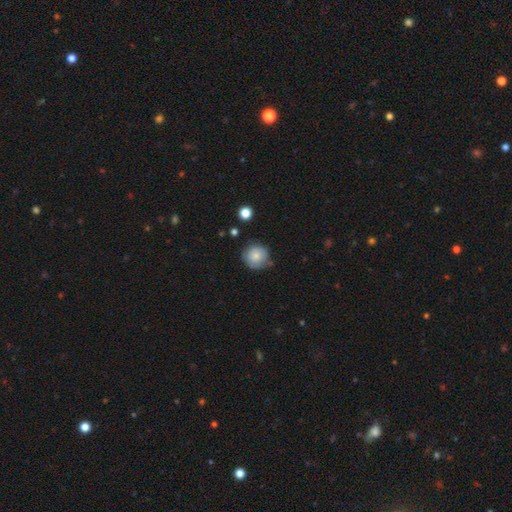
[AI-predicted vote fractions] A smooth galaxy with no disk features (77%) that is round (92%).

Vote fractions:
- Smooth or featured? smooth: 77% / featured or disk: 14% / star or artifact: 8%
- How rounded? round: 92% / in between: 7% / cigar-shaped: 1%
- Merging? none: 69% / minor disturbance: 22% / major disturbance: 5% / merger: 3%